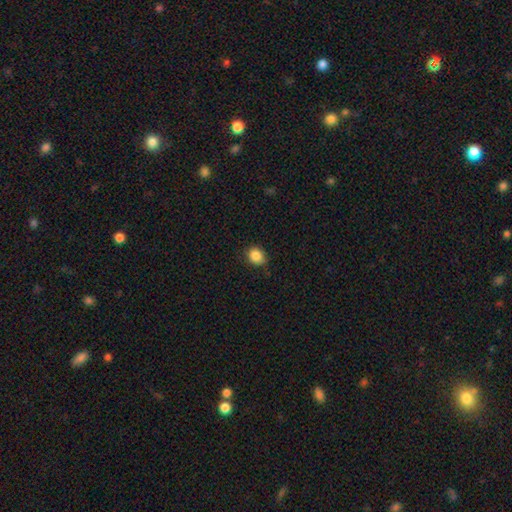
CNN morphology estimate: smooth_or_featured: smooth (p=0.86) [alt: star or artifact p=0.10]
how_rounded: round (p=0.64) [alt: in between p=0.36]
merging: none (p=0.81) [alt: minor disturbance p=0.16]